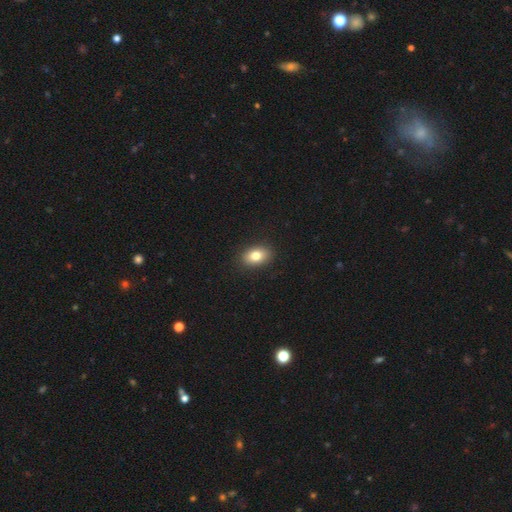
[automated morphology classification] Smooth or featured: smooth — 81% (featured or disk — 11%)
How rounded: in between — 84% (round — 15%)
Merging: none — 90% (minor disturbance — 7%)